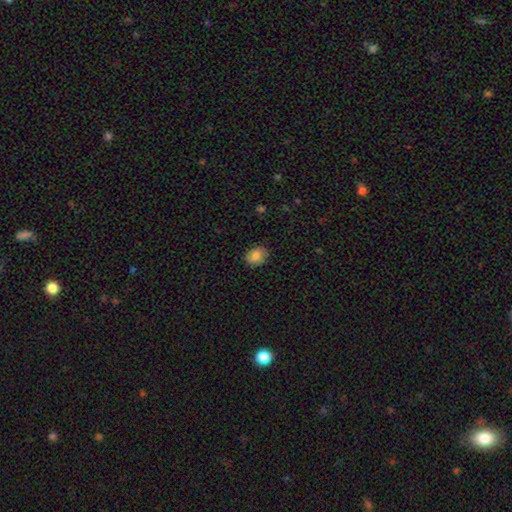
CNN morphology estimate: Smooth or featured? Predicted: smooth (p=0.85). How rounded? Predicted: in between (p=0.53). Merging? Predicted: none (p=0.83).